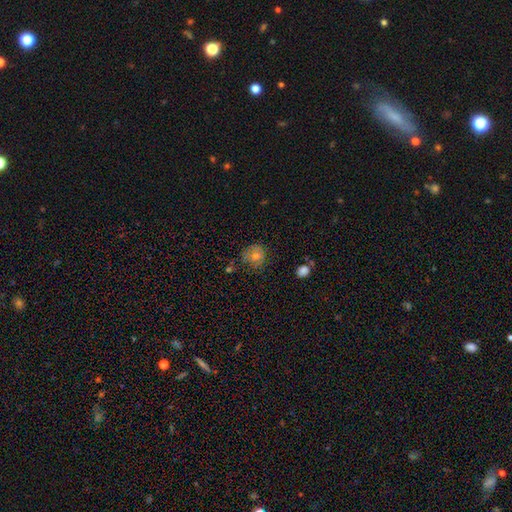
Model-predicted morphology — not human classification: smooth 58%, featured or disk 24%, star or artifact 19%. Down the decision tree: how rounded — round (83%); merging — none (67%).